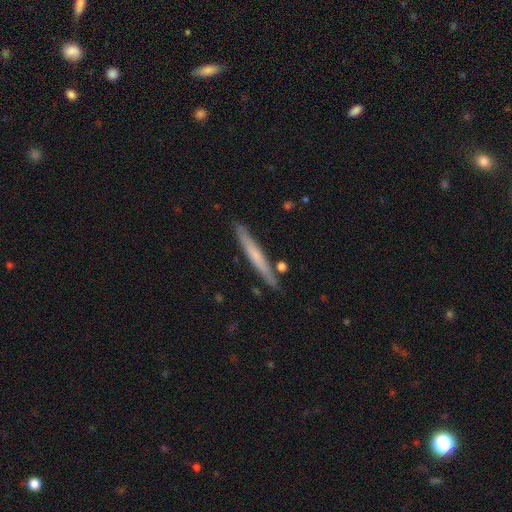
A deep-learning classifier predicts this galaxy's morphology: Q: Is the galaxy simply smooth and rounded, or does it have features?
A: smooth — 52%.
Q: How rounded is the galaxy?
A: cigar-shaped — 96%.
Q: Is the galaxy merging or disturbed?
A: none — 86%.